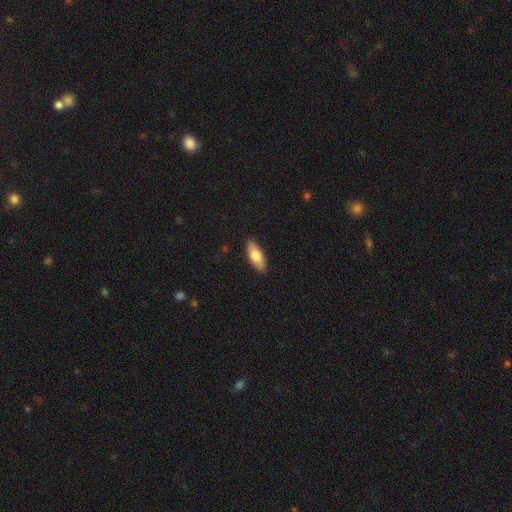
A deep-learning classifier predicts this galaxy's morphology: A smooth galaxy with no disk features (76%) that is in between round and cigar-shaped (73%).

Vote fractions:
- Smooth or featured? smooth: 76% / featured or disk: 19% / star or artifact: 6%
- How rounded? in between: 73% / cigar-shaped: 25% / round: 2%
- Merging? none: 89% / minor disturbance: 8% / major disturbance: 2% / merger: 1%